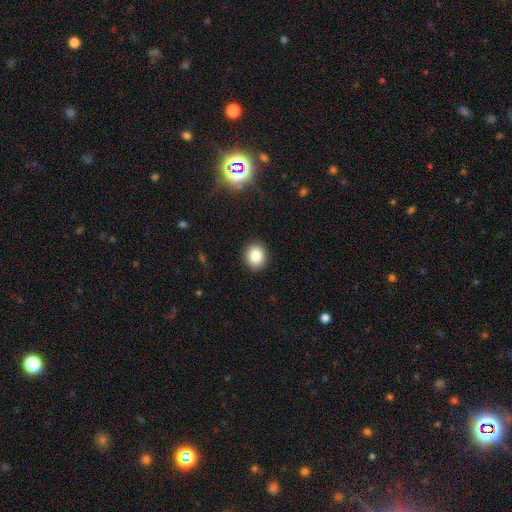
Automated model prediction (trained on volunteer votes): This is clearly a smooth galaxy (83%). How rounded: likely round (69%). Merging: clearly none (91%).